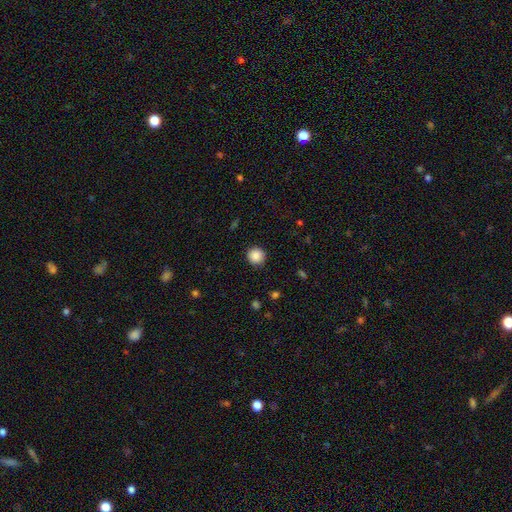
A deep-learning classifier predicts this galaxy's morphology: Q: Smooth or featured?
A: smooth (87%); runner-up: star or artifact (9%)
Q: How rounded?
A: round (94%); runner-up: in between (5%)
Q: Merging?
A: none (89%); runner-up: minor disturbance (7%)